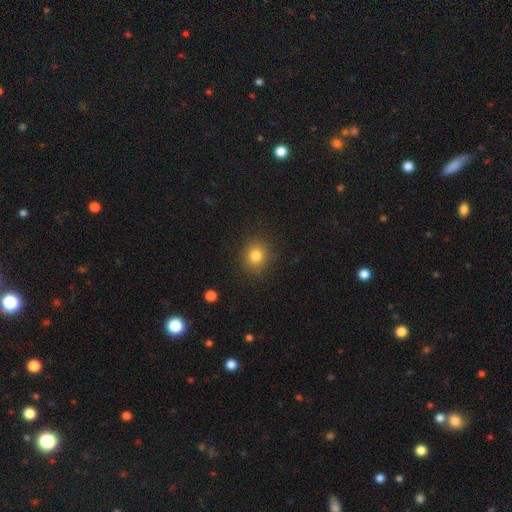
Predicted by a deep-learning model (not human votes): smooth-or-featured: smooth: 81% | star or artifact: 12% | featured or disk: 7%
  how-rounded: round: 75% | in between: 24% | cigar-shaped: 1%
  merging: none: 86% | minor disturbance: 9% | major disturbance: 3% | merger: 1%